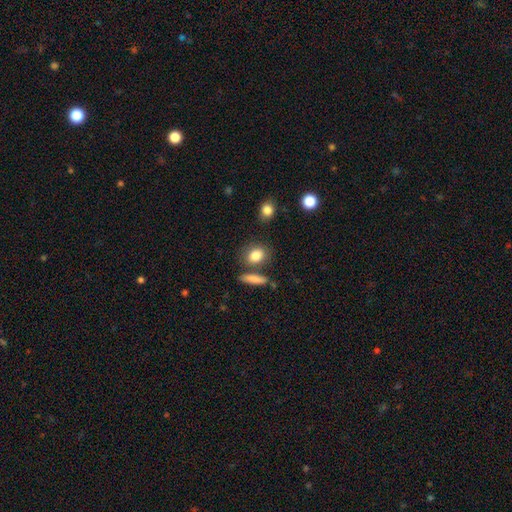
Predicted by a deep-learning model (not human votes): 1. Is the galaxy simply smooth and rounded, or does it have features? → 84% smooth, 8% star or artifact, 7% featured or disk.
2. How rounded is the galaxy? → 56% in between, 40% round, 4% cigar-shaped.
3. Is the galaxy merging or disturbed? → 71% none, 13% minor disturbance, 12% merger, 4% major disturbance.